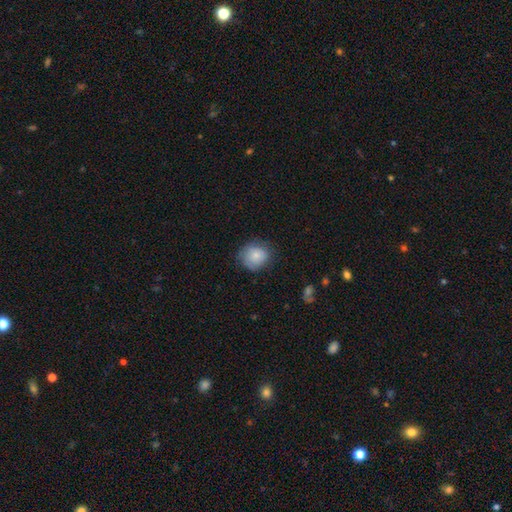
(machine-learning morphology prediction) smooth-or-featured: smooth: 81% | featured or disk: 12% | star or artifact: 8%
  how-rounded: round: 81% | in between: 18% | cigar-shaped: 1%
  merging: none: 71% | minor disturbance: 22% | major disturbance: 6% | merger: 1%